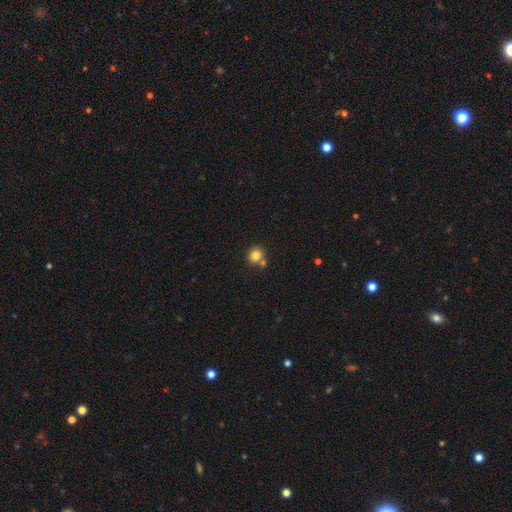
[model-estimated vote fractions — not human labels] A smooth galaxy with no disk features (82%) that is round (84%).

Vote fractions:
- Smooth or featured? smooth: 82% / star or artifact: 11% / featured or disk: 7%
- How rounded? round: 84% / in between: 15% / cigar-shaped: 1%
- Merging? none: 66% / merger: 21% / minor disturbance: 10% / major disturbance: 3%